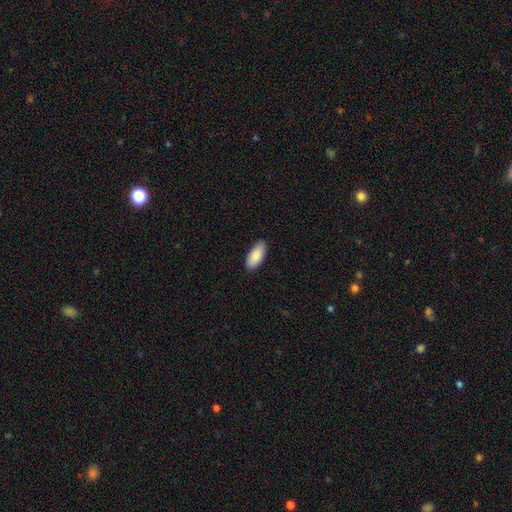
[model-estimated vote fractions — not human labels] Overall: smooth (88%). How rounded: in between (89%). Merging: none (87%).